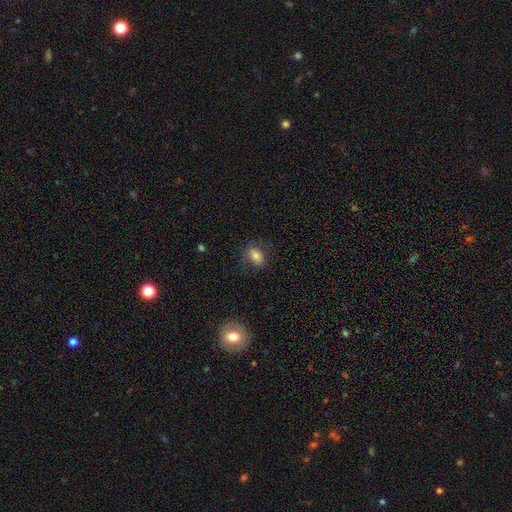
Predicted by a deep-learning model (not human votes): smooth_or_featured: smooth (p=0.78) [alt: featured or disk p=0.12]
how_rounded: in between (p=0.79) [alt: round p=0.19]
merging: none (p=0.72) [alt: minor disturbance p=0.19]